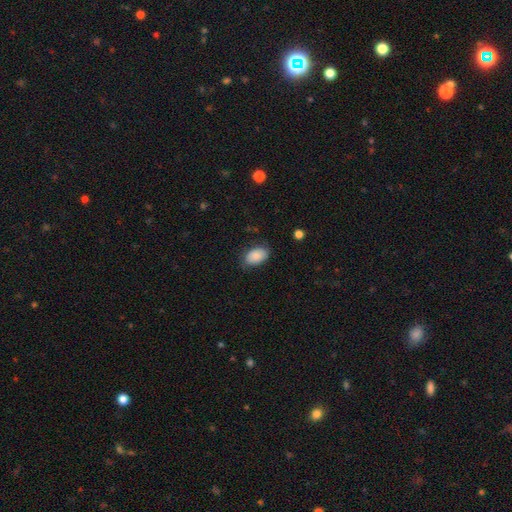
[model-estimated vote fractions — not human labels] A smooth galaxy with no disk features (86%) that is in between round and cigar-shaped (91%).

Vote fractions:
- Smooth or featured? smooth: 86% / featured or disk: 7% / star or artifact: 7%
- How rounded? in between: 91% / round: 8% / cigar-shaped: 1%
- Merging? none: 75% / minor disturbance: 20% / major disturbance: 4% / merger: 1%